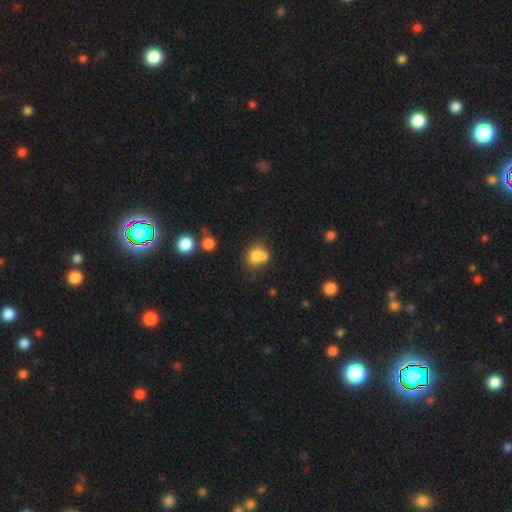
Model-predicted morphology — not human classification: smooth 72%, featured or disk 16%, star or artifact 12%. Down the decision tree: how rounded — round (59%); merging — merger (49%).